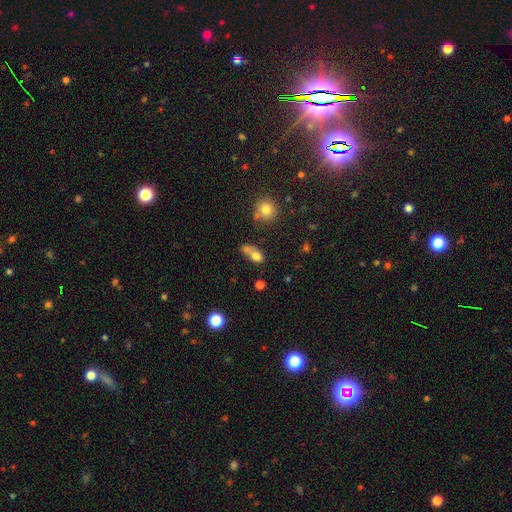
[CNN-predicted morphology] Smooth or featured? smooth (74%)
How rounded? in between (66%)
Merging? merger (41%)